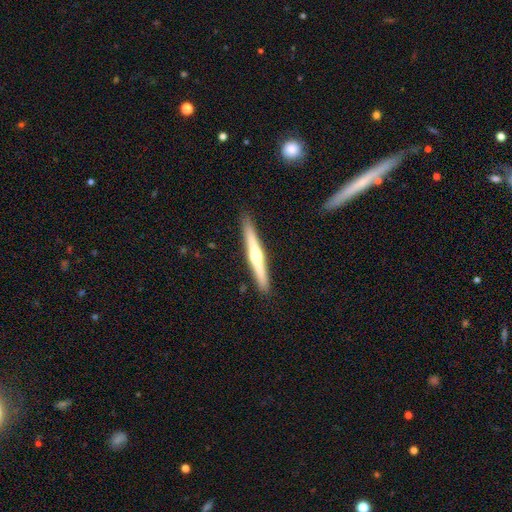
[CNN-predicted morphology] A featured or disk galaxy (65%) viewed edge-on (98%) with a rounded central bulge (88%).

Vote fractions:
- Smooth or featured? featured or disk: 65% / smooth: 30% / star or artifact: 5%
- Edge-on disk? yes: 98% / no: 2%
- Edge-on bulge? rounded: 88% / none: 8% / boxy: 4%
- Merging? none: 91% / minor disturbance: 6% / major disturbance: 1% / merger: 1%